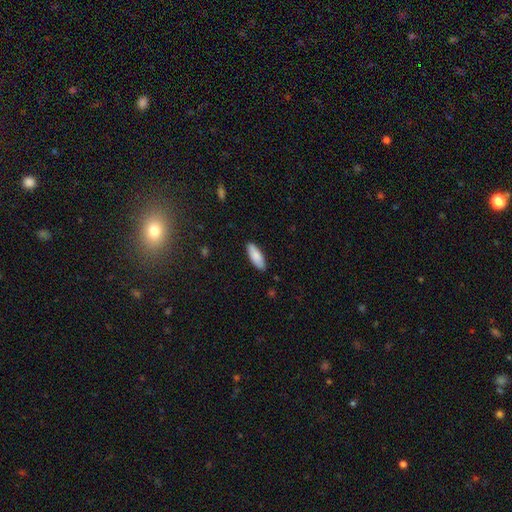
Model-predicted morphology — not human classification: This appears to be a smooth galaxy with no disk features (86%) that is in between round and cigar-shaped (64%). Merging: none (88%).